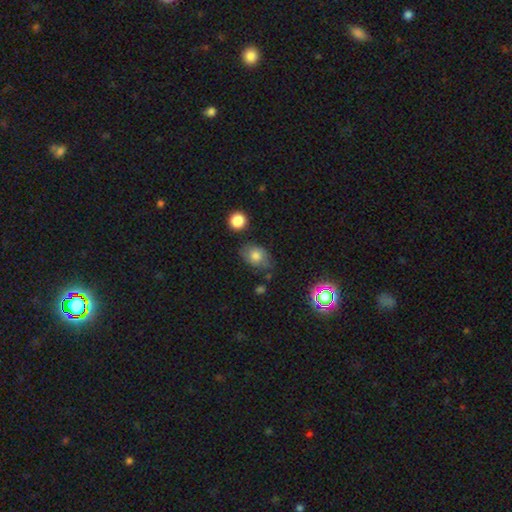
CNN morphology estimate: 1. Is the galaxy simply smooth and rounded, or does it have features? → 68% smooth, 19% featured or disk, 12% star or artifact.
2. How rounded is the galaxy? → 71% in between, 28% round, 1% cigar-shaped.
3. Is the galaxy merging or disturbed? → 62% none, 26% minor disturbance, 7% major disturbance, 4% merger.